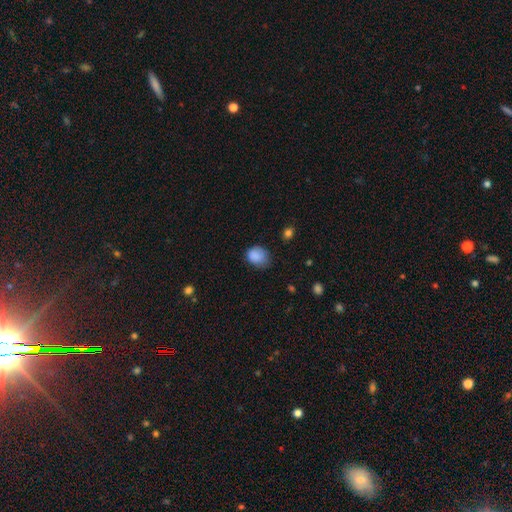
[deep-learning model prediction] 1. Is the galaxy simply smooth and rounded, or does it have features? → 86% smooth, 9% star or artifact, 6% featured or disk.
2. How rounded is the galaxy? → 50% round, 49% in between, 1% cigar-shaped.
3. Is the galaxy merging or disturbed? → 55% none, 34% minor disturbance, 9% major disturbance, 1% merger.